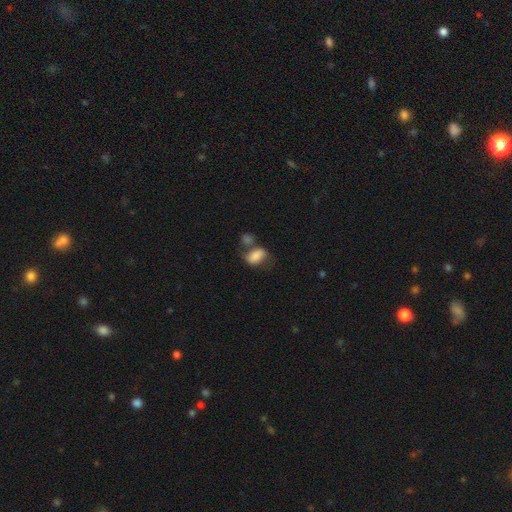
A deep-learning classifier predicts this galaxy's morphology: Smooth or featured?
  - smooth: 74% *
  - featured or disk: 17%
  - star or artifact: 9%
How rounded?
  - in between: 85% *
  - round: 13%
  - cigar-shaped: 2%
Merging?
  - merger: 37% *
  - none: 32%
  - minor disturbance: 18%
  - major disturbance: 13%